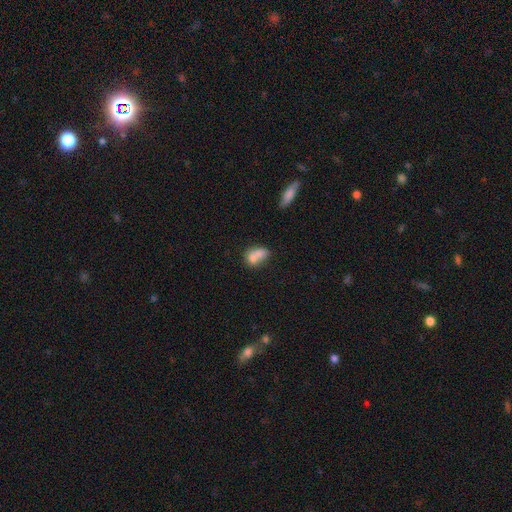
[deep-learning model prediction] The model was most divided on "merging": merger: 60%, none: 24%, minor disturbance: 11%, major disturbance: 6%. More confident: smooth or featured — smooth (72%); how rounded — in between (68%).